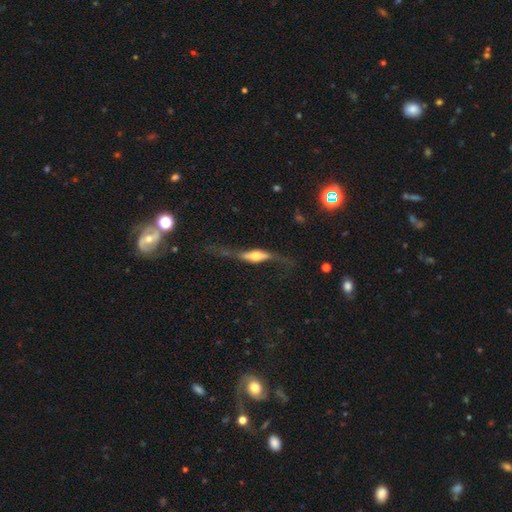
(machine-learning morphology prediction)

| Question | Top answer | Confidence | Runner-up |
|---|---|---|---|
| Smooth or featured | featured or disk | 72% | smooth (21%) |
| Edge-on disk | yes | 73% | no (27%) |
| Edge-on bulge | rounded | 81% | boxy (14%) |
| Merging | none | 48% | major disturbance (27%) |